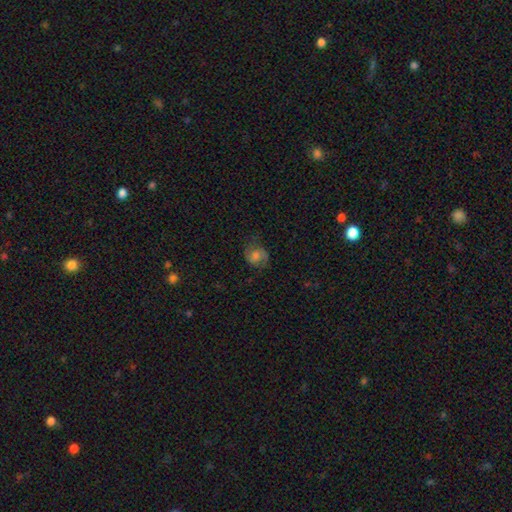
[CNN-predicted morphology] Smooth or featured? Predicted: featured or disk (p=0.48). Merging? Predicted: none (p=0.65).